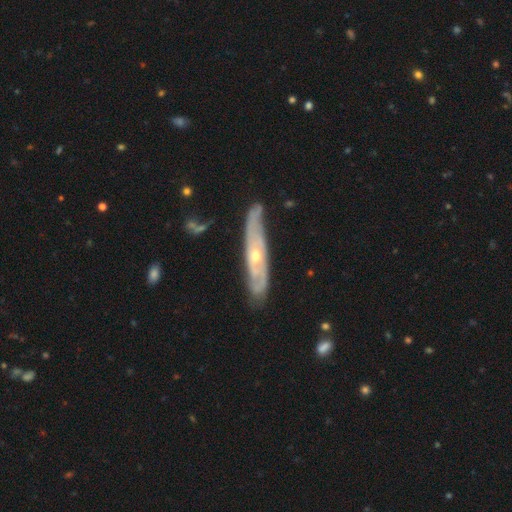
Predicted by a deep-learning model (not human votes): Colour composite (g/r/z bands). It shows a featured or disk galaxy (80%). Merging: none (75%).